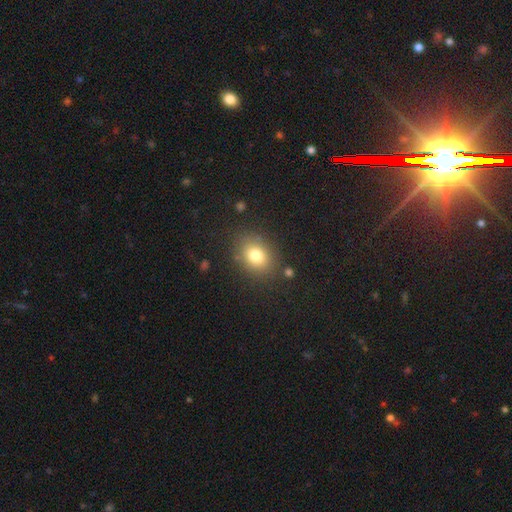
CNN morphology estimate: smooth-or-featured: smooth: 78% | star or artifact: 12% | featured or disk: 10%
  how-rounded: in between: 55% | round: 44% | cigar-shaped: 1%
  merging: none: 82% | minor disturbance: 11% | major disturbance: 4% | merger: 3%